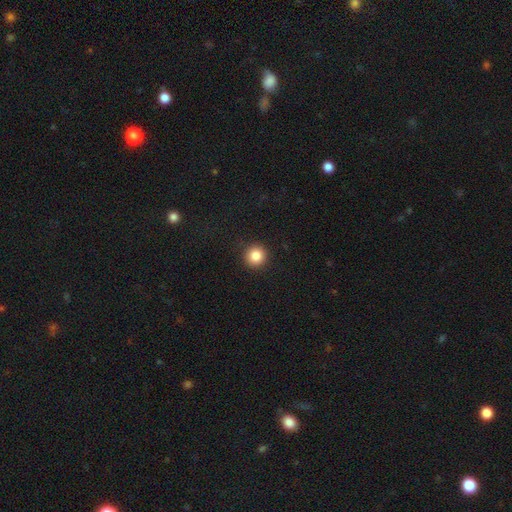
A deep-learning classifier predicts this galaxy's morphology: smooth_or_featured: smooth (p=0.85) [alt: star or artifact p=0.10]
how_rounded: round (p=0.95) [alt: in between p=0.04]
merging: none (p=0.92) [alt: minor disturbance p=0.05]